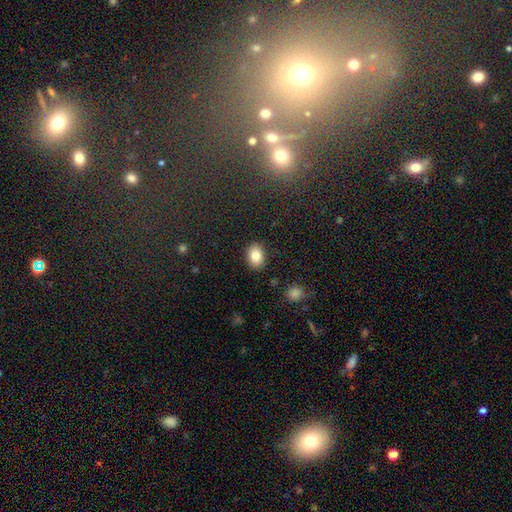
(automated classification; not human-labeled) A smooth galaxy with no disk features (84%) that is in between round and cigar-shaped (72%). Merging: none (89%).